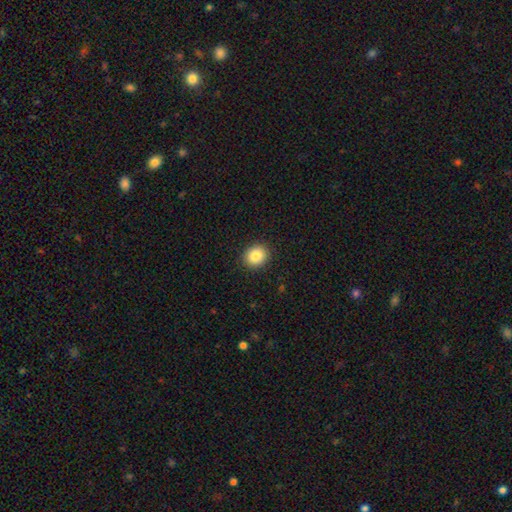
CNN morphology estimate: Smooth or featured?
  - smooth: 85% *
  - star or artifact: 9%
  - featured or disk: 6%
How rounded?
  - round: 71% *
  - in between: 28%
  - cigar-shaped: 1%
Merging?
  - none: 91% *
  - minor disturbance: 6%
  - major disturbance: 2%
  - merger: 1%